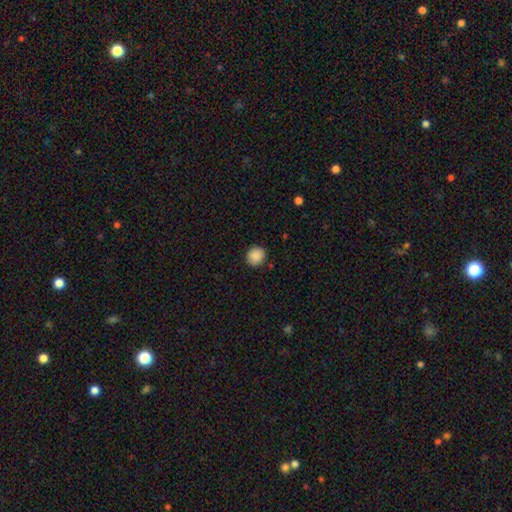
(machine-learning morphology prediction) smooth 88%, star or artifact 8%, featured or disk 3%. Down the decision tree: how rounded — round (87%); merging — none (88%).